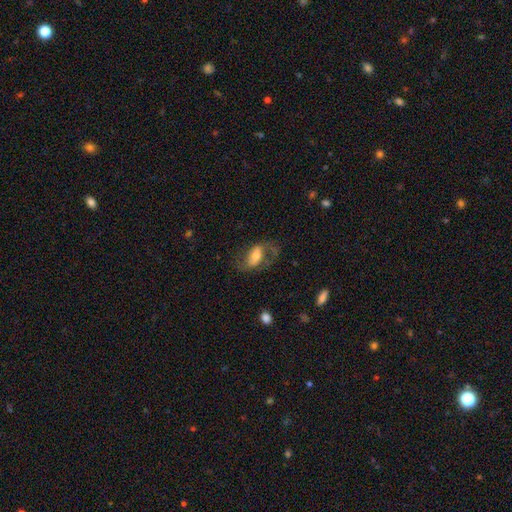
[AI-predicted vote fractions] Smooth or featured? featured or disk (55%)
Edge-on disk? no (93%)
Bar? weak (37%)
Spiral arms? yes (81%)
Bulge size? moderate (55%)
Merging? none (54%)